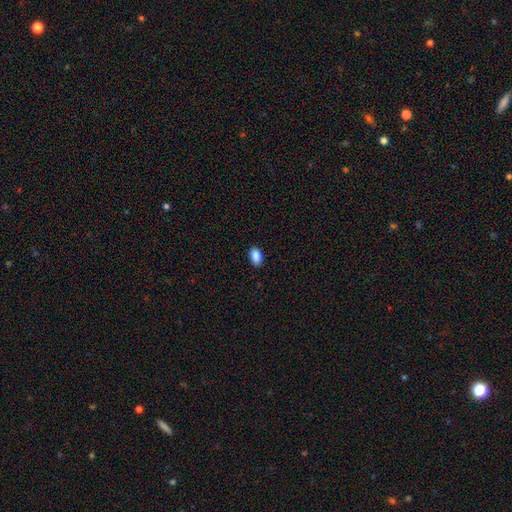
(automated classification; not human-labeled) A smooth galaxy with no disk features (89%) that is in between round and cigar-shaped (91%).

Vote fractions:
- Smooth or featured? smooth: 89% / star or artifact: 8% / featured or disk: 4%
- How rounded? in between: 91% / round: 6% / cigar-shaped: 2%
- Merging? none: 87% / minor disturbance: 10% / major disturbance: 2% / merger: 1%